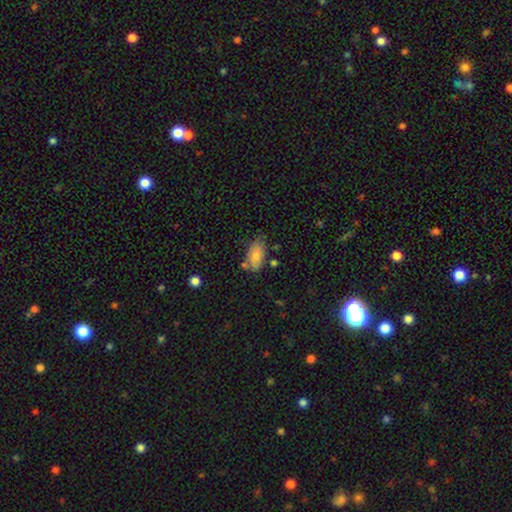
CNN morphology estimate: smooth 80%, featured or disk 13%, star or artifact 7%. Down the decision tree: how rounded — in between (93%); merging — none (63%).